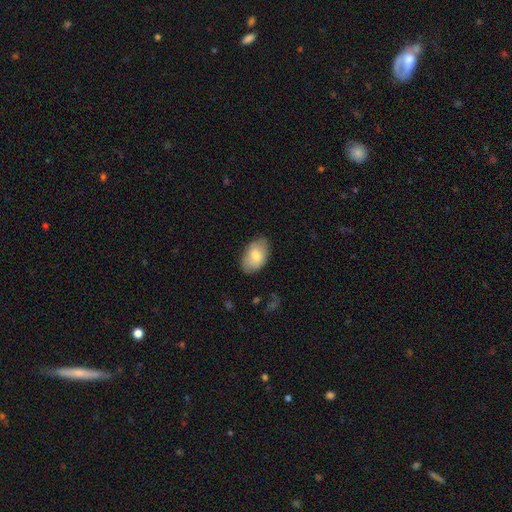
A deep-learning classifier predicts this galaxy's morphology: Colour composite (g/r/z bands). It shows a smooth galaxy with no disk features (75%) that is in between round and cigar-shaped (92%). Merging: none (79%).